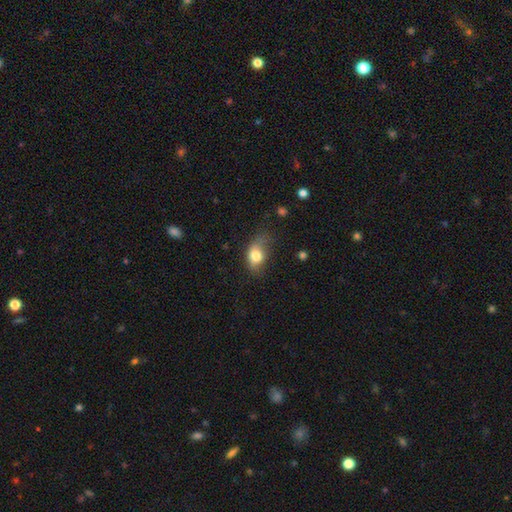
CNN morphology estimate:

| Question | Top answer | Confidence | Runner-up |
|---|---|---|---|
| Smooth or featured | smooth | 78% | featured or disk (13%) |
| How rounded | in between | 81% | round (17%) |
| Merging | minor disturbance | 37% | none (35%) |